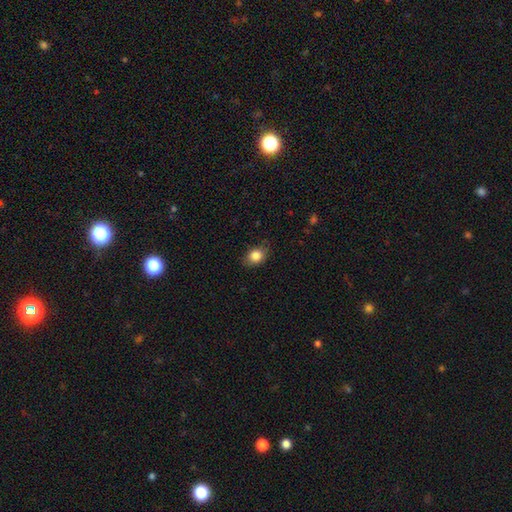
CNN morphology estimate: Overall: smooth (84%). How rounded: in between (59%; round 40%). Merging: none (77%).